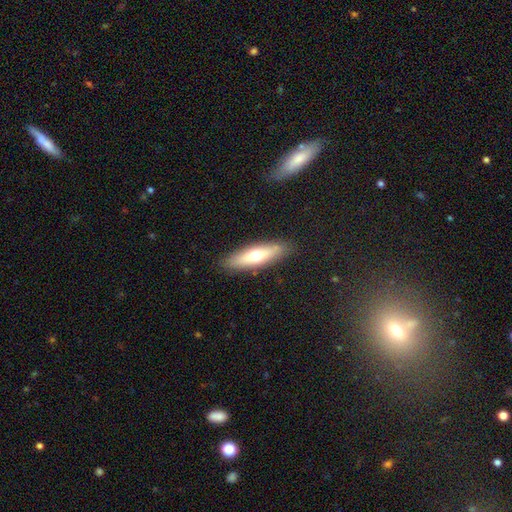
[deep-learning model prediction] Morphology: type=smooth (57%); roundness=cigar-shaped (63%); merging=none (88%).